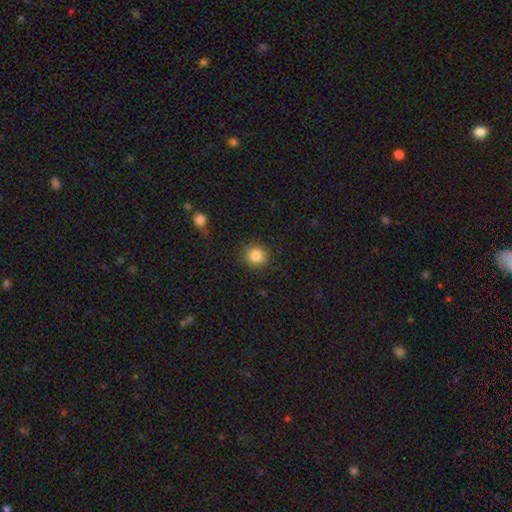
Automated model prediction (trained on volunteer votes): The model was most divided on "smooth or featured": smooth: 84%, star or artifact: 10%, featured or disk: 5%. More confident: how rounded — round (89%); merging — none (87%).